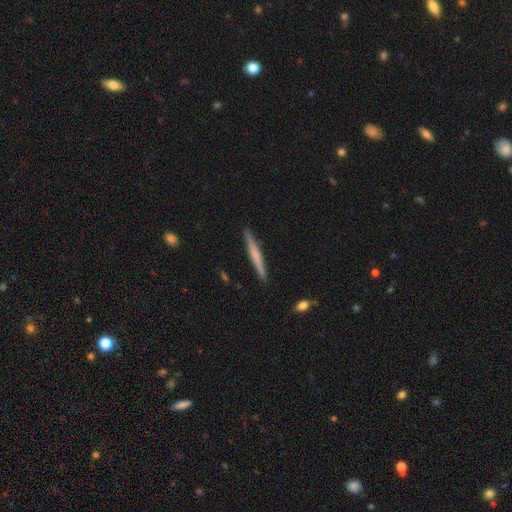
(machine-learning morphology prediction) Smooth or featured? Predicted: smooth (p=0.51). How rounded? Predicted: cigar-shaped (p=0.96). Merging? Predicted: none (p=0.91).